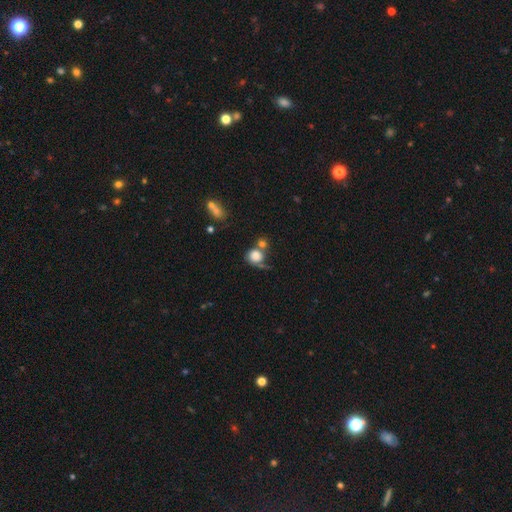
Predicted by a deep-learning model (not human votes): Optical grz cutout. It shows a smooth galaxy with no disk features (79%) that is round (82%). Merging: none (37%).